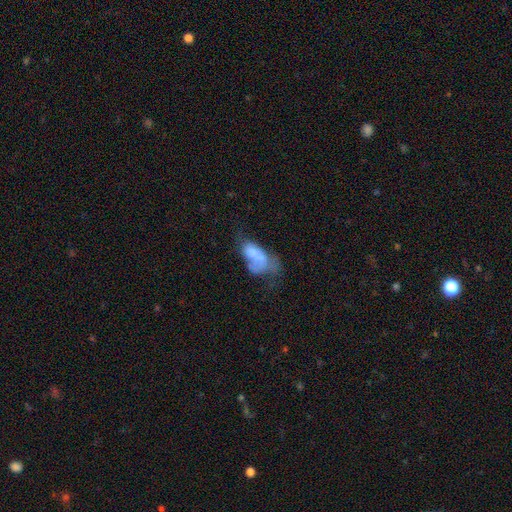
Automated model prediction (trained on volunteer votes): A smooth galaxy with no disk features (53%) that is in between round and cigar-shaped (90%). Merging: merger (33%, tied with major disturbance).